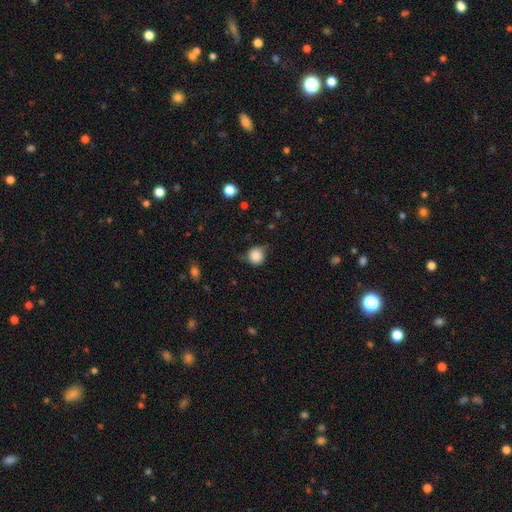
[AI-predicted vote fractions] smooth 84%, star or artifact 10%, featured or disk 6%. Down the decision tree: how rounded — round (90%); merging — none (66%).